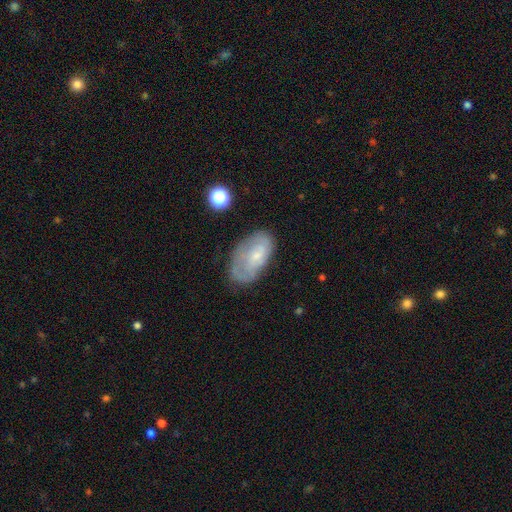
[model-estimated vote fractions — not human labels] The model was most divided on "smooth or featured": featured or disk: 49%, smooth: 43%, star or artifact: 8%. More confident: merging — none (58%).